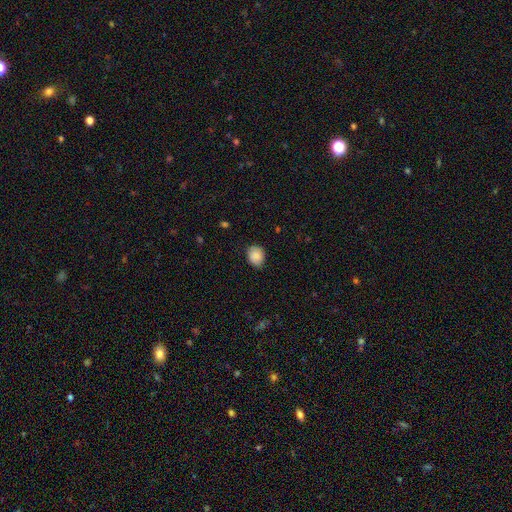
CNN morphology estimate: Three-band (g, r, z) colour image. It shows a smooth galaxy with no disk features (84%) that is round (51%). Merging: none (76%).